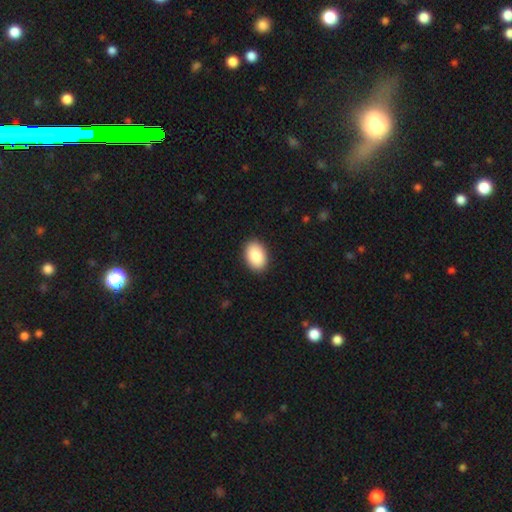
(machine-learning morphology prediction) smooth 88%, star or artifact 6%, featured or disk 6%. Down the decision tree: how rounded — in between (87%); merging — none (90%).